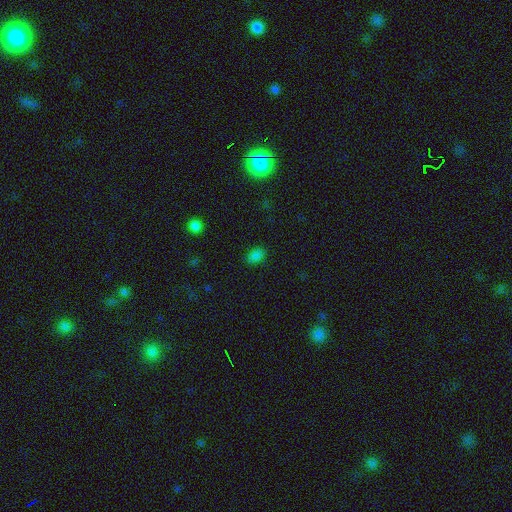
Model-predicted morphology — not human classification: smooth_or_featured: smooth (p=0.80) [alt: star or artifact p=0.16]
how_rounded: in between (p=0.83) [alt: round p=0.15]
merging: none (p=0.84) [alt: minor disturbance p=0.11]